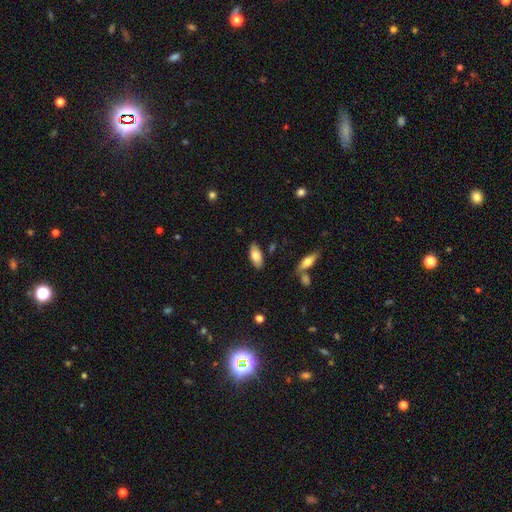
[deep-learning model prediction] Smooth or featured?
  - smooth: 78% *
  - featured or disk: 16%
  - star or artifact: 6%
How rounded?
  - in between: 86% *
  - cigar-shaped: 12%
  - round: 2%
Merging?
  - none: 83% *
  - minor disturbance: 12%
  - merger: 3%
  - major disturbance: 2%